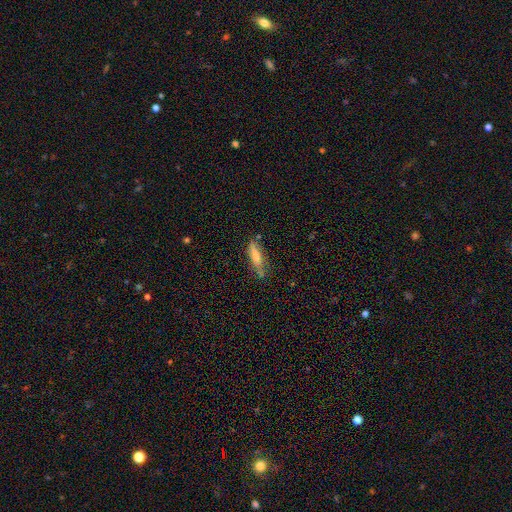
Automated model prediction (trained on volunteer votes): This is likely a smooth galaxy (60%). How rounded: likely cigar-shaped (75%). Merging: likely none (69%).